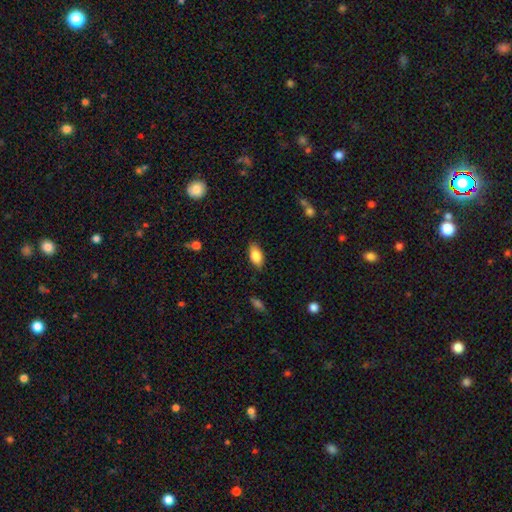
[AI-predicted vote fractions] Q: Smooth or featured?
A: smooth (84%); runner-up: featured or disk (9%)
Q: How rounded?
A: in between (89%); runner-up: cigar-shaped (7%)
Q: Merging?
A: none (85%); runner-up: minor disturbance (11%)